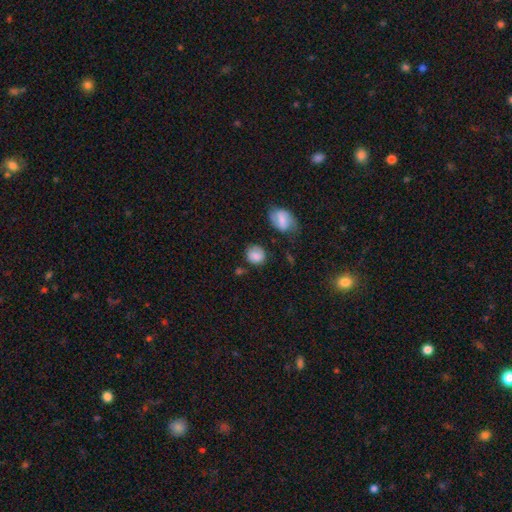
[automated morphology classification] A smooth galaxy with no disk features (79%) that is round (76%).

Vote fractions:
- Smooth or featured? smooth: 79% / featured or disk: 12% / star or artifact: 9%
- How rounded? round: 76% / in between: 22% / cigar-shaped: 1%
- Merging? none: 71% / minor disturbance: 19% / major disturbance: 5% / merger: 5%